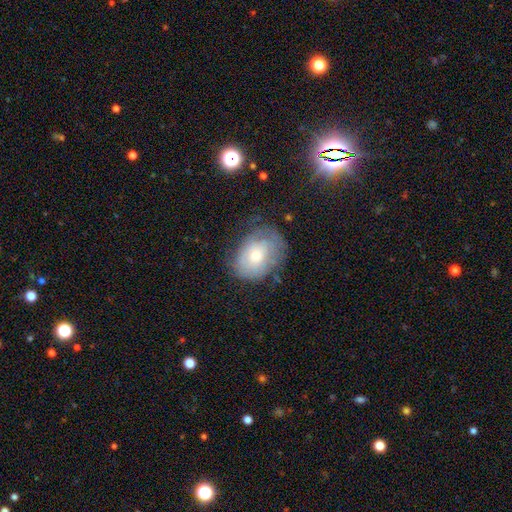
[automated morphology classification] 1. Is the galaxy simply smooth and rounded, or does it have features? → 54% smooth, 38% featured or disk, 8% star or artifact.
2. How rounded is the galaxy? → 67% in between, 32% round, 1% cigar-shaped.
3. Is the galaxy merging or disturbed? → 56% none, 28% minor disturbance, 14% major disturbance, 2% merger.